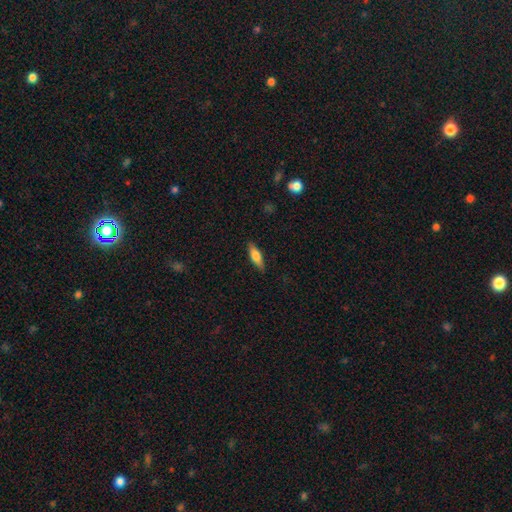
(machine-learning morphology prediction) A smooth galaxy with no disk features (72%) that is in between round and cigar-shaped (54%).

Vote fractions:
- Smooth or featured? smooth: 72% / featured or disk: 21% / star or artifact: 6%
- How rounded? in between: 54% / cigar-shaped: 44% / round: 2%
- Merging? none: 85% / minor disturbance: 11% / major disturbance: 2% / merger: 1%